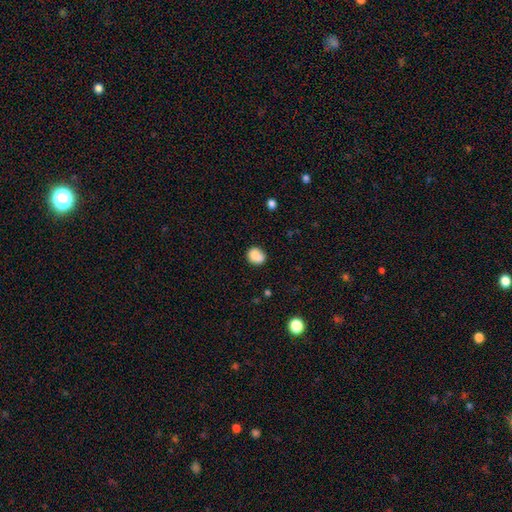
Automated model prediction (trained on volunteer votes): Smooth or featured? smooth (82%)
How rounded? round (71%)
Merging? none (57%)